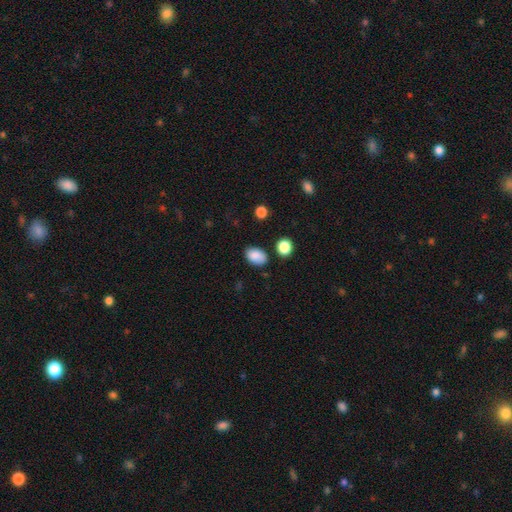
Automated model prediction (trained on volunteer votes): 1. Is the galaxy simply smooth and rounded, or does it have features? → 87% smooth, 8% star or artifact, 5% featured or disk.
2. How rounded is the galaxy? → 87% in between, 12% round, 1% cigar-shaped.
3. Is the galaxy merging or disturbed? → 80% none, 14% minor disturbance, 3% merger, 3% major disturbance.